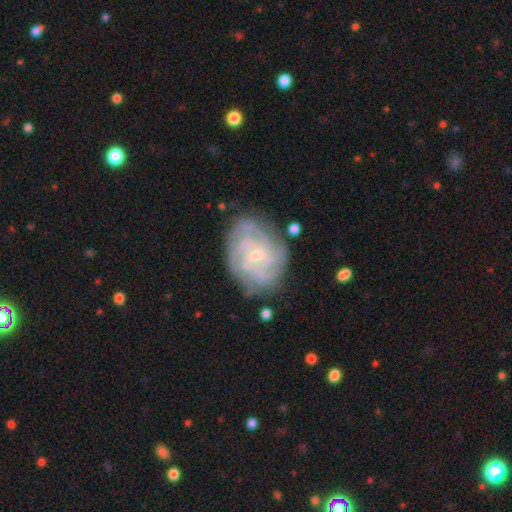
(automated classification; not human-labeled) Smooth or featured?
  - featured or disk: 88% *
  - smooth: 6%
  - star or artifact: 5%
Edge-on disk?
  - no: 98% *
  - yes: 2%
Bar?
  - no: 64% *
  - weak: 29%
  - strong: 6%
Spiral arms?
  - yes: 98% *
  - no: 2%
Spiral winding?
  - tight: 72% *
  - medium: 24%
  - loose: 4%
Spiral arm count?
  - 4: 38% *
  - can't tell: 18%
  - 3: 18%
  - more than 4: 10%
  - 2: 9%
  - 1: 6%
Bulge size?
  - small: 77% *
  - moderate: 19%
  - none: 2%
  - large: 1%
  - dominant: 1%
Merging?
  - none: 79% *
  - minor disturbance: 15%
  - major disturbance: 4%
  - merger: 2%